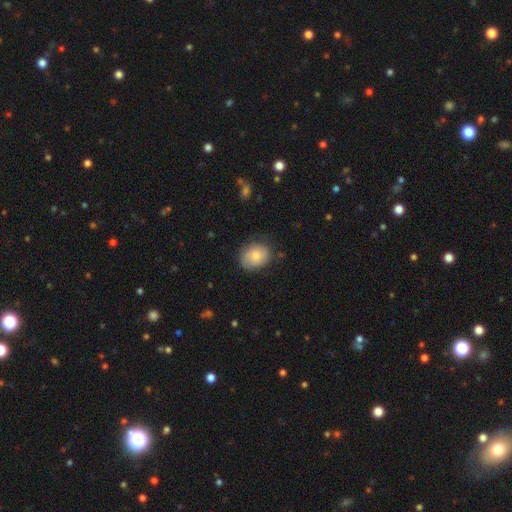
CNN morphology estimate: Q: Smooth or featured?
A: smooth (80%); runner-up: featured or disk (14%)
Q: How rounded?
A: in between (54%); runner-up: round (45%)
Q: Merging?
A: none (73%); runner-up: minor disturbance (20%)